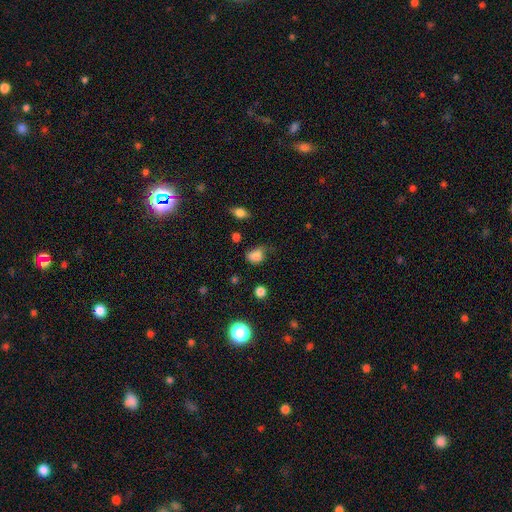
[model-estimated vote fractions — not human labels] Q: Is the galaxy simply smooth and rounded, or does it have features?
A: smooth — 80%.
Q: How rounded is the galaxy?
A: in between — 60%.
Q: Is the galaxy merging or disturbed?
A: none — 39%.